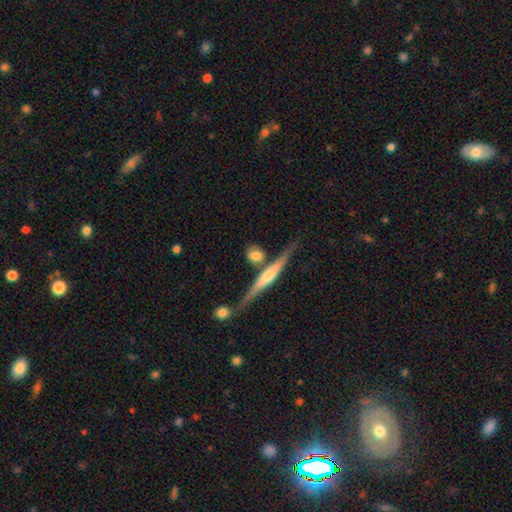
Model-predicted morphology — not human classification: This is likely a smooth galaxy (61%). How rounded: possibly round (53%). Merging: likely none (66%).